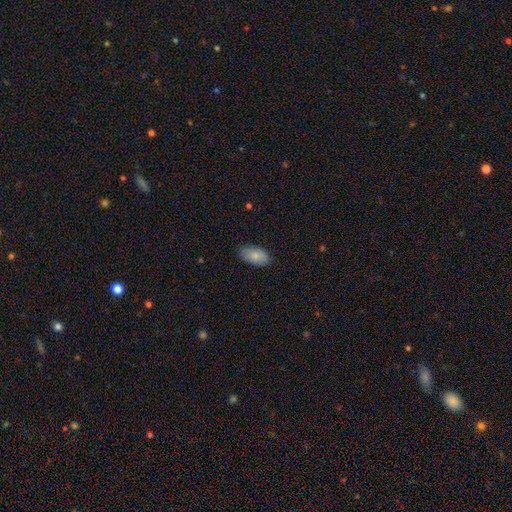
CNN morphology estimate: Overall: smooth (85%). How rounded: in between (94%). Merging: none (83%).